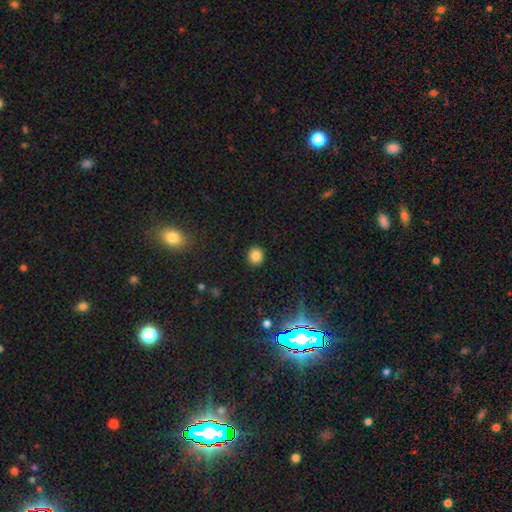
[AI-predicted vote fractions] Morphology: type=smooth (83%); roundness=round (89%); merging=none (91%).